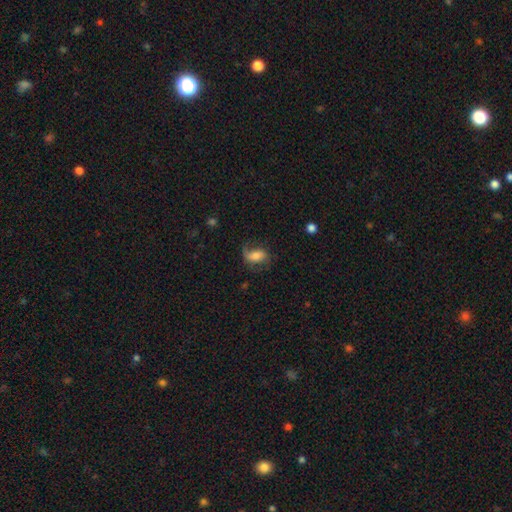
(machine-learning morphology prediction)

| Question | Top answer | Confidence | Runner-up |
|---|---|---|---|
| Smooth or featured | featured or disk | 47% | smooth (44%) |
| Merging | none | 55% | minor disturbance (23%) |